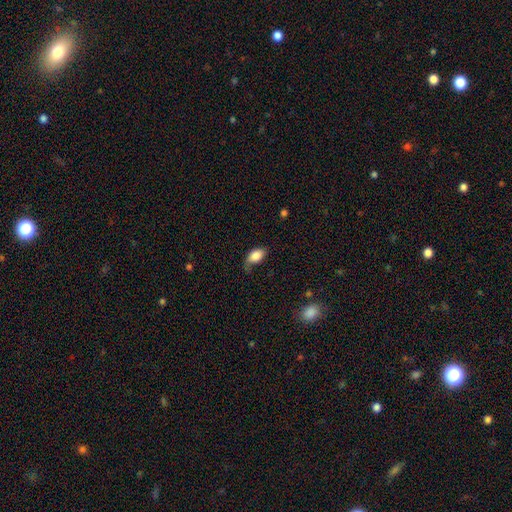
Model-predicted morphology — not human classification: Q: Smooth or featured?
A: smooth (84%); runner-up: featured or disk (9%)
Q: How rounded?
A: in between (90%); runner-up: round (8%)
Q: Merging?
A: none (53%); runner-up: minor disturbance (33%)